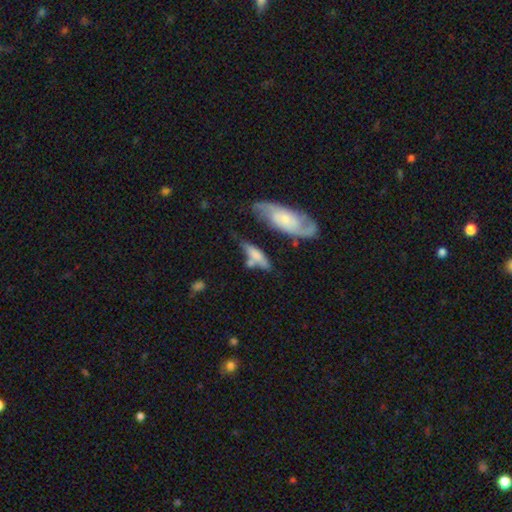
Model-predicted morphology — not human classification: type=smooth (57%); roundness=cigar-shaped (49%); merging=none (41%).